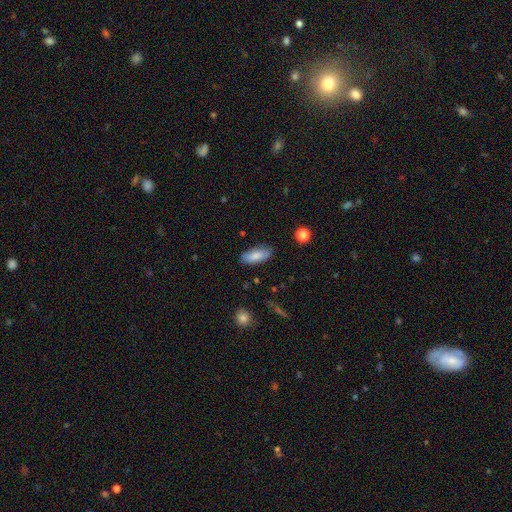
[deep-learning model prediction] Smooth or featured?
  - smooth: 84% *
  - featured or disk: 10%
  - star or artifact: 7%
How rounded?
  - in between: 78% *
  - cigar-shaped: 20%
  - round: 2%
Merging?
  - none: 83% *
  - minor disturbance: 13%
  - major disturbance: 3%
  - merger: 2%